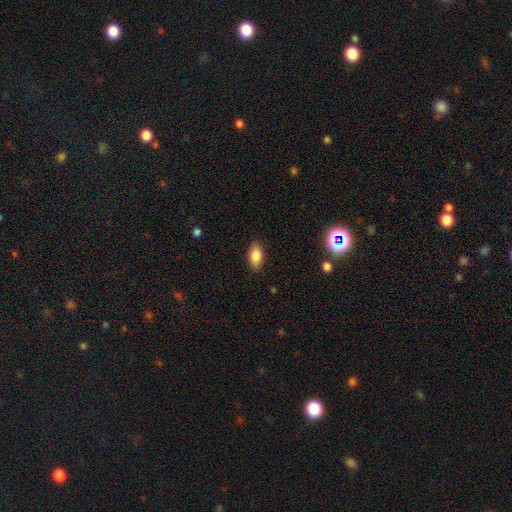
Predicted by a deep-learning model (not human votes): smooth-or-featured: smooth: 87% | star or artifact: 7% | featured or disk: 6%
  how-rounded: in between: 92% | round: 5% | cigar-shaped: 4%
  merging: none: 87% | minor disturbance: 10% | major disturbance: 2% | merger: 1%